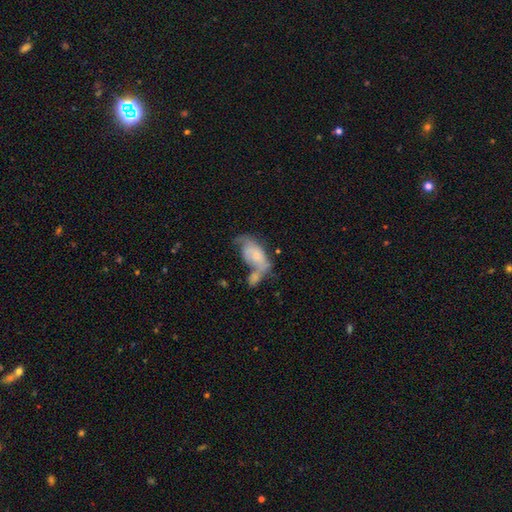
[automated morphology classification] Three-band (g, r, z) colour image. It shows a smooth galaxy with no disk features (50%) that is in between round and cigar-shaped (90%). Merging: merger (40%).